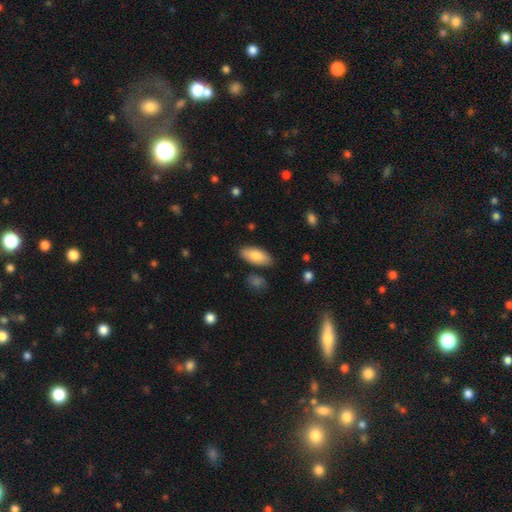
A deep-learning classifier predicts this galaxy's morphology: smooth_or_featured: smooth (p=0.83) [alt: featured or disk p=0.11]
how_rounded: in between (p=0.87) [alt: cigar-shaped p=0.11]
merging: none (p=0.83) [alt: minor disturbance p=0.12]